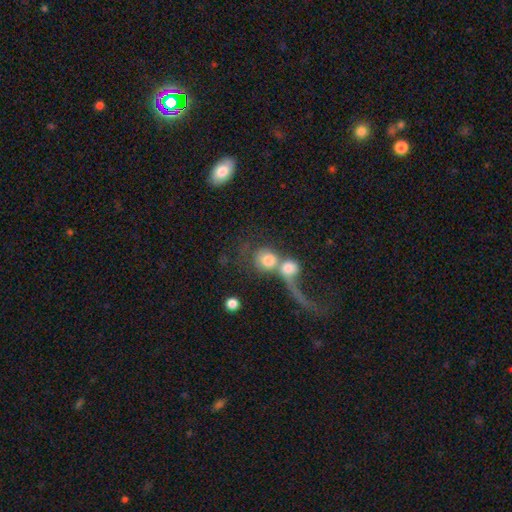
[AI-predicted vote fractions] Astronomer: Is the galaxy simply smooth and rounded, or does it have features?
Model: smooth — 57%.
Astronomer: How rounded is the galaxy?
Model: round — 75%.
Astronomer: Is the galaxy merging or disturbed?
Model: merger — 62%.